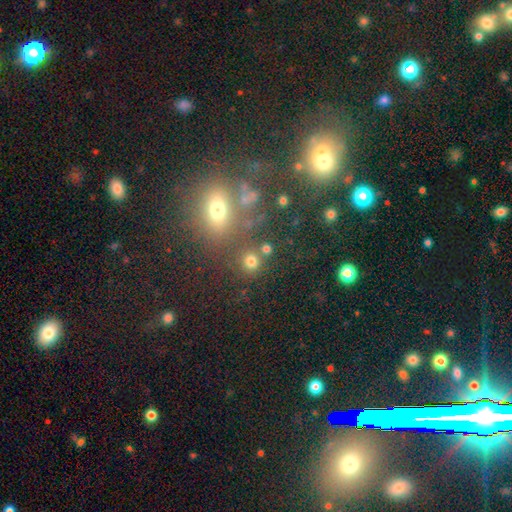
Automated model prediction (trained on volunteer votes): This appears to be a smooth galaxy with no disk features (53%) that is round (59%). Merging: none (64%).